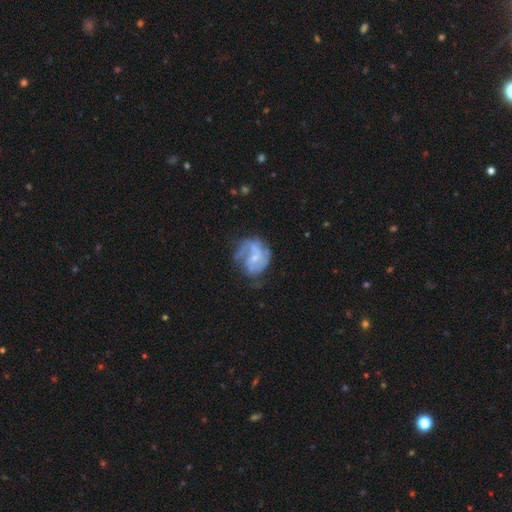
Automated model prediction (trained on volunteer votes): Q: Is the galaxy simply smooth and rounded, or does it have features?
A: featured or disk — 74%.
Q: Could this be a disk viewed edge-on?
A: no — 98%.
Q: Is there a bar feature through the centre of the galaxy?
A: no — 54%.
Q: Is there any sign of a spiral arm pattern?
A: yes — 83%.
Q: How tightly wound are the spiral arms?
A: medium — 43%.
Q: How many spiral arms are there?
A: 2 — 38%.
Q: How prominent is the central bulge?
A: small — 63%.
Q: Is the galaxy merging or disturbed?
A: none — 45%.